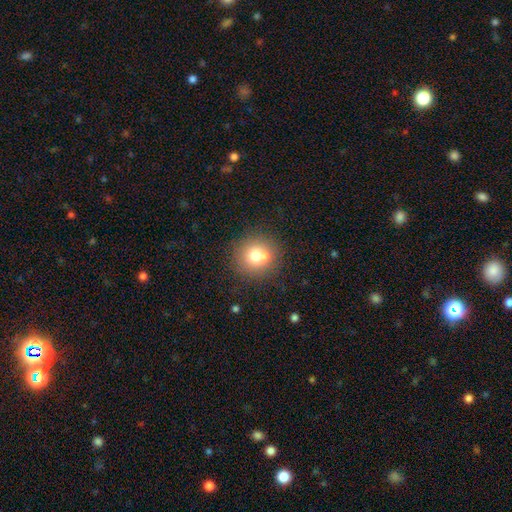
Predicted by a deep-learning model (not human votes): smooth-or-featured: smooth: 71% | featured or disk: 18% | star or artifact: 11%
  how-rounded: round: 91% | in between: 8% | cigar-shaped: 1%
  merging: none: 60% | merger: 27% | minor disturbance: 9% | major disturbance: 4%